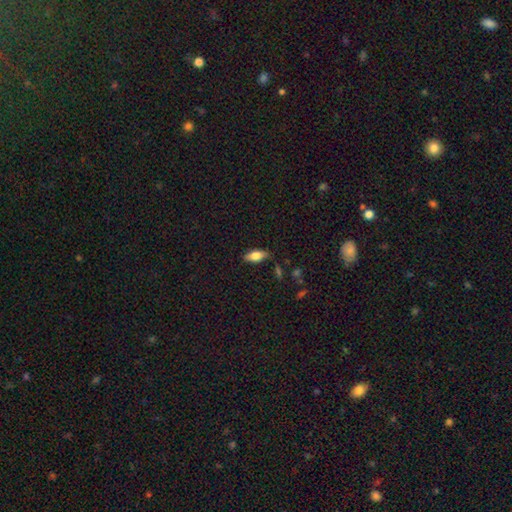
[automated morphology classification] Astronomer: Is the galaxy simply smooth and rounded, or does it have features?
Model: smooth — 66%.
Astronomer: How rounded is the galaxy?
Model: in between — 79%.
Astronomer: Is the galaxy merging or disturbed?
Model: none — 80%.